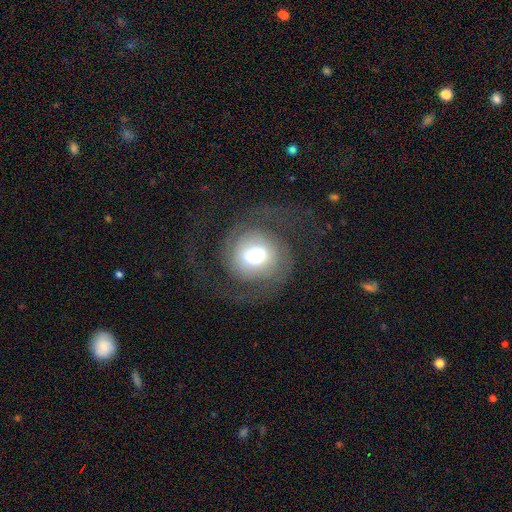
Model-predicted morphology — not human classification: Smooth or featured? featured or disk (62%)
Edge-on disk? no (97%)
Bar? no (63%)
Spiral arms? yes (79%)
Bulge size? moderate (47%)
Merging? none (61%)